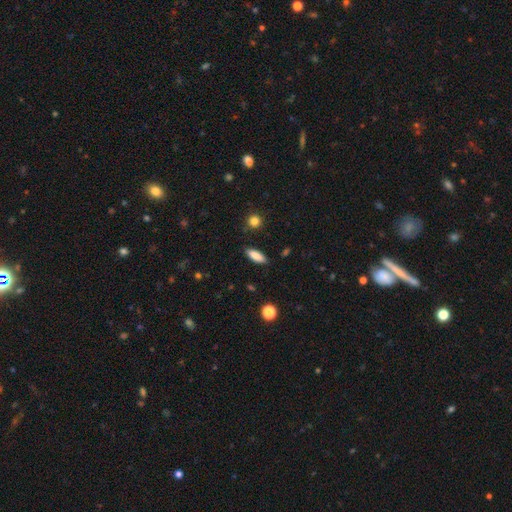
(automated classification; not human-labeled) Smooth or featured: smooth — 83% (featured or disk — 10%)
How rounded: in between — 60% (cigar-shaped — 38%)
Merging: none — 87% (minor disturbance — 9%)